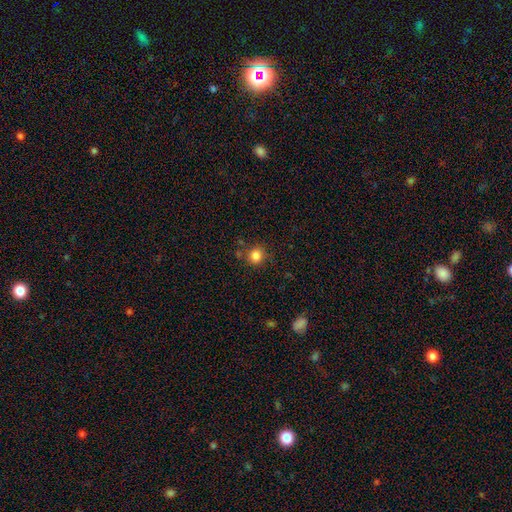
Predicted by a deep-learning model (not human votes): Overall: smooth (84%). How rounded: round (88%). Merging: none (79%).